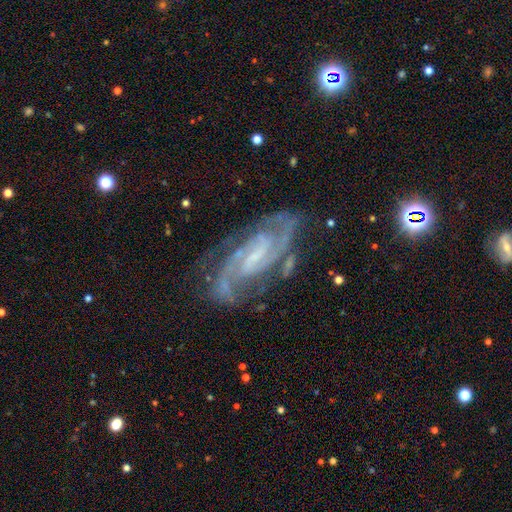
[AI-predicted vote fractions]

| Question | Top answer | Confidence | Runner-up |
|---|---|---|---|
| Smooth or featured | featured or disk | 90% | star or artifact (6%) |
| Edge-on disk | no | 96% | yes (4%) |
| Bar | weak | 47% | strong (33%) |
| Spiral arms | yes | 98% | no (2%) |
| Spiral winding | tight | 47% | medium (45%) |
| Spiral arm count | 2 | 68% | 3 (13%) |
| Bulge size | small | 60% | none (23%) |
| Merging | none | 75% | minor disturbance (16%) |